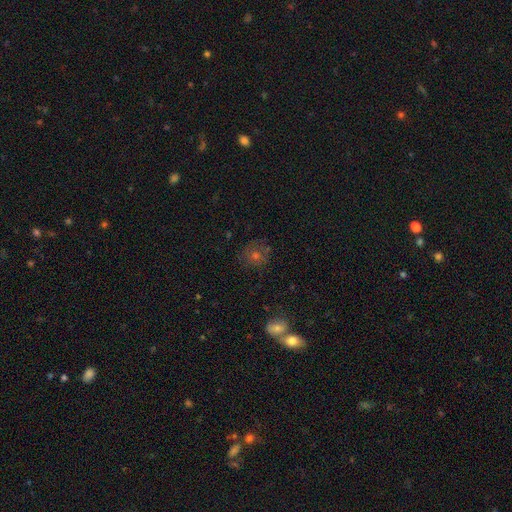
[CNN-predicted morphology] Smooth or featured? smooth (50%)
Merging? none (75%)